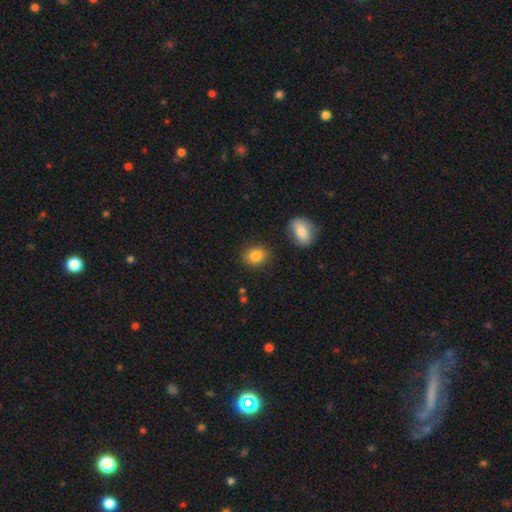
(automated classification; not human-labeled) Overall: smooth (85%). How rounded: in between (55%; round 43%). Merging: none (84%).